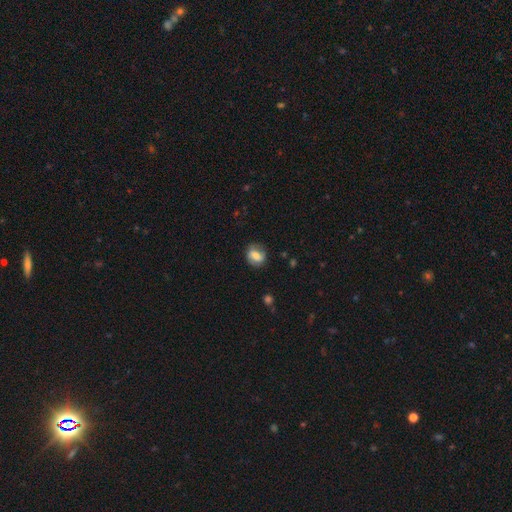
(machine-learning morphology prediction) Overall: smooth (62%; featured or disk 29%). How rounded: round (53%; in between 45%). Merging: none (75%).